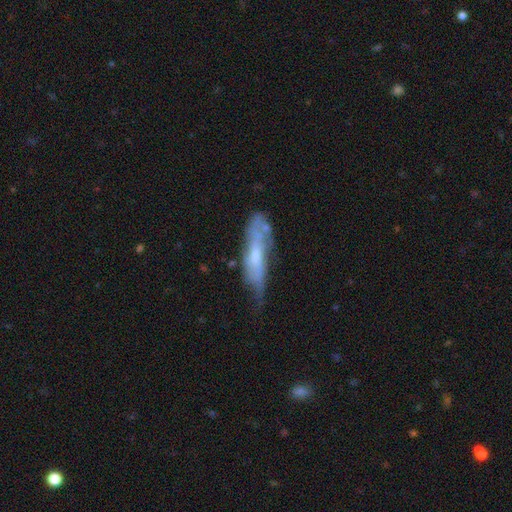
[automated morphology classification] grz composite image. It shows a featured or disk galaxy (53%). Merging: none (40%).